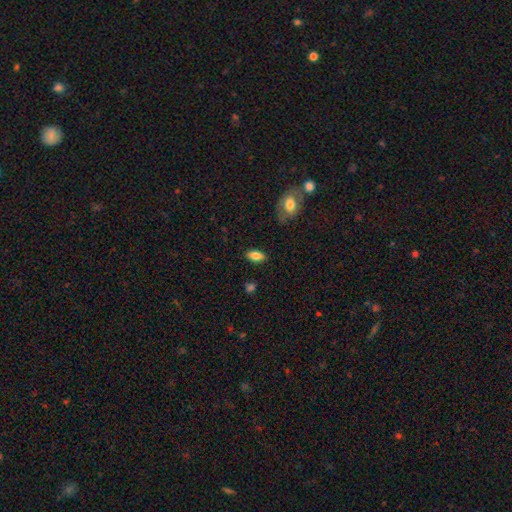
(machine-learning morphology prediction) smooth 84%, featured or disk 9%, star or artifact 8%. Down the decision tree: how rounded — in between (91%); merging — none (86%).